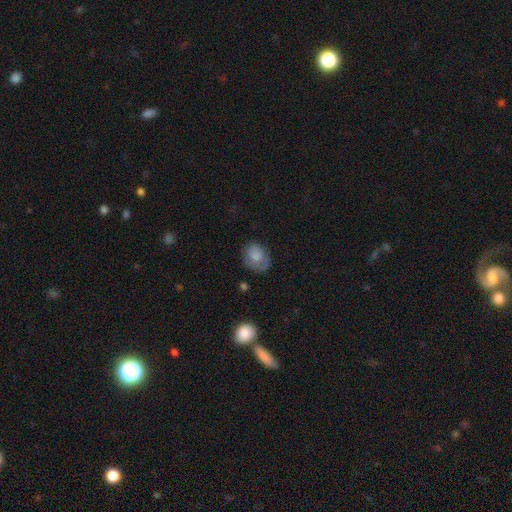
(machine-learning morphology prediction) Smooth or featured?
  - smooth: 75% *
  - featured or disk: 16%
  - star or artifact: 9%
How rounded?
  - in between: 53% *
  - round: 46%
  - cigar-shaped: 1%
Merging?
  - none: 55% *
  - minor disturbance: 29%
  - major disturbance: 14%
  - merger: 2%